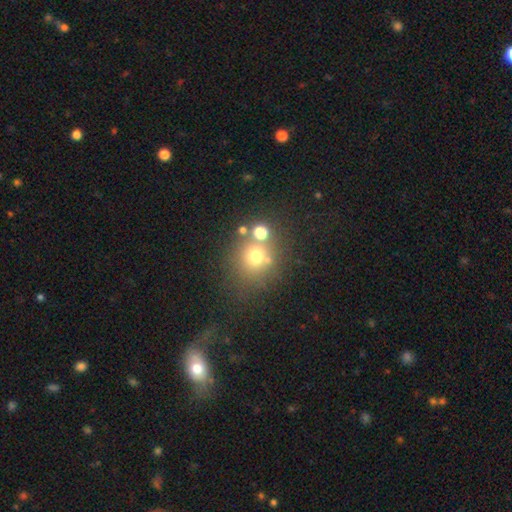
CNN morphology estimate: smooth 66%, star or artifact 21%, featured or disk 13%. Down the decision tree: how rounded — round (87%); merging — none (64%).